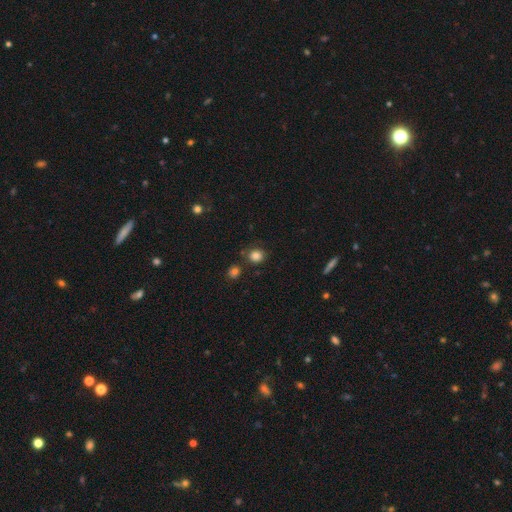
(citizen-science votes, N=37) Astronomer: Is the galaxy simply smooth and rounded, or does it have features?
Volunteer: smooth — 97%.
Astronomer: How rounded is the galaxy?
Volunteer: round — 83%.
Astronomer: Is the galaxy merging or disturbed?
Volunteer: none — 81%.